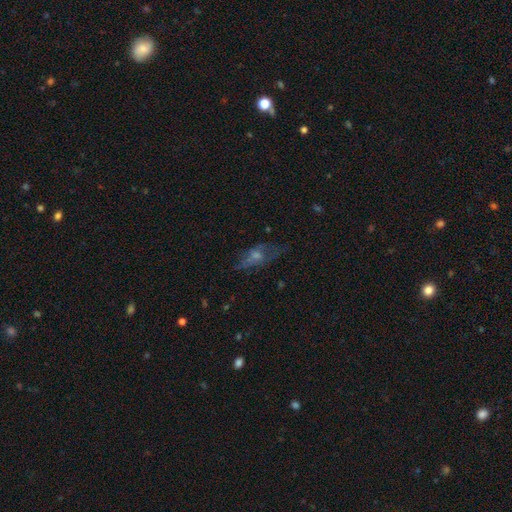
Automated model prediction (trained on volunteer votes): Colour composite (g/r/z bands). It shows a featured or disk galaxy (48%). Merging: none (60%).